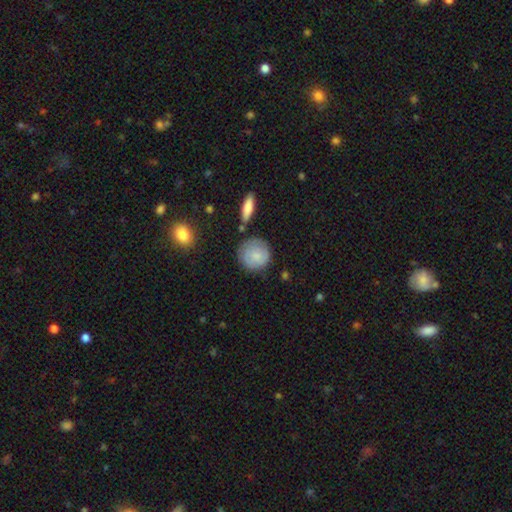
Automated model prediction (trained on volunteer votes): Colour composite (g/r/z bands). It shows a smooth galaxy with no disk features (78%) that is round (90%). Merging: none (74%).